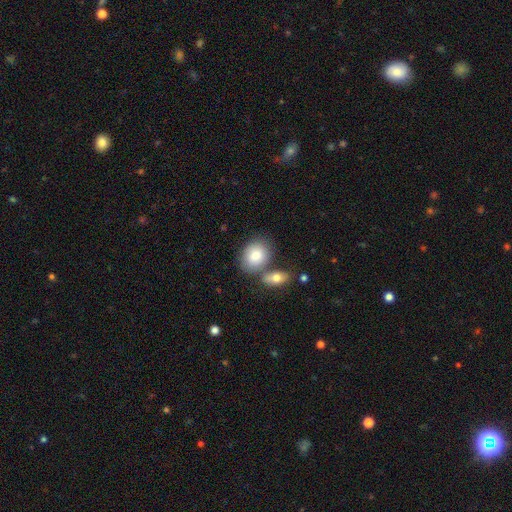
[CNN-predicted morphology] Smooth or featured? Predicted: smooth (p=0.81). How rounded? Predicted: in between (p=0.65). Merging? Predicted: none (p=0.54).